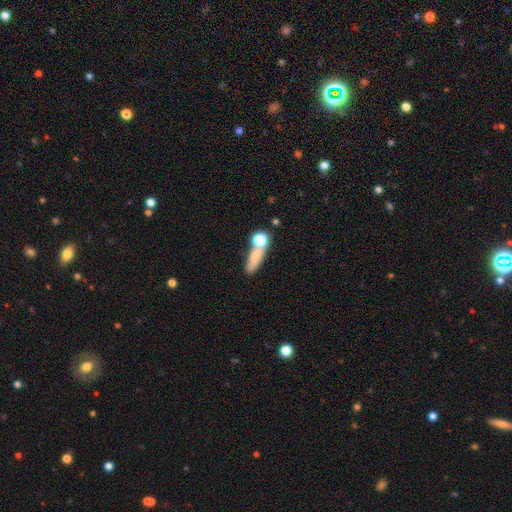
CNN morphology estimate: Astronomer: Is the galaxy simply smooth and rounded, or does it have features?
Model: smooth — 70%.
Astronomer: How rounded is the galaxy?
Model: cigar-shaped — 50% (runner-up: in between, 33%).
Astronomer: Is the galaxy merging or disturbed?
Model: none — 48% (runner-up: merger, 28%).